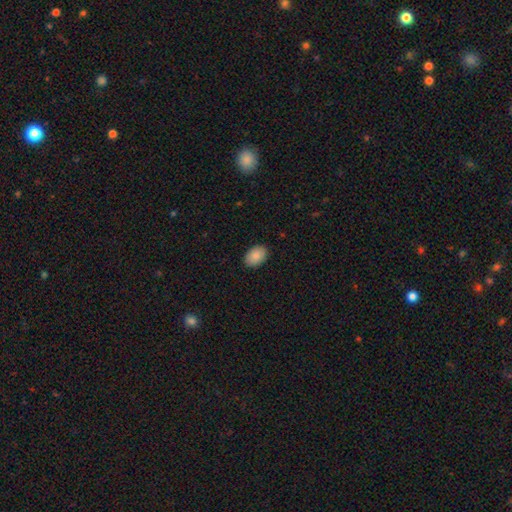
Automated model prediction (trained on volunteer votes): The model was most divided on "how rounded": in between: 87%, round: 11%, cigar-shaped: 1%. More confident: merging — none (89%); smooth or featured — smooth (89%).